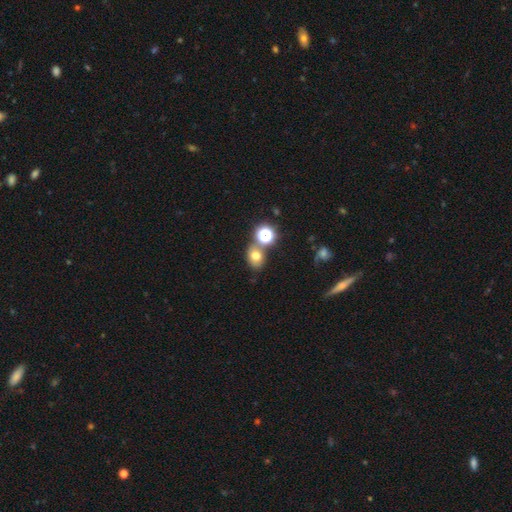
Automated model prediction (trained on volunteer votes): smooth-or-featured: smooth: 68% | star or artifact: 20% | featured or disk: 12%
  how-rounded: in between: 51% | round: 48% | cigar-shaped: 1%
  merging: none: 64% | merger: 19% | minor disturbance: 12% | major disturbance: 4%